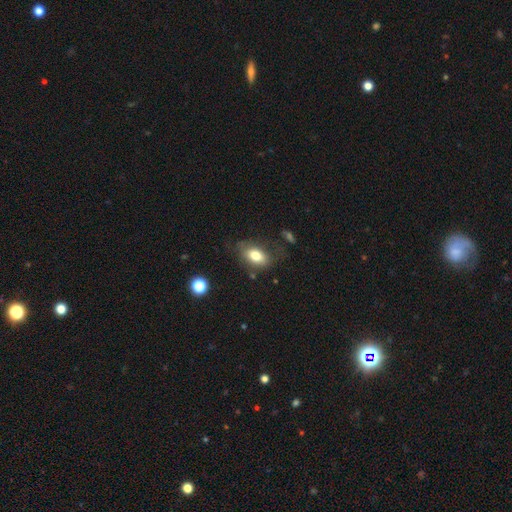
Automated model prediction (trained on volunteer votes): smooth-or-featured: smooth: 76% | featured or disk: 16% | star or artifact: 8%
  how-rounded: in between: 88% | round: 9% | cigar-shaped: 3%
  merging: none: 65% | minor disturbance: 22% | major disturbance: 10% | merger: 3%